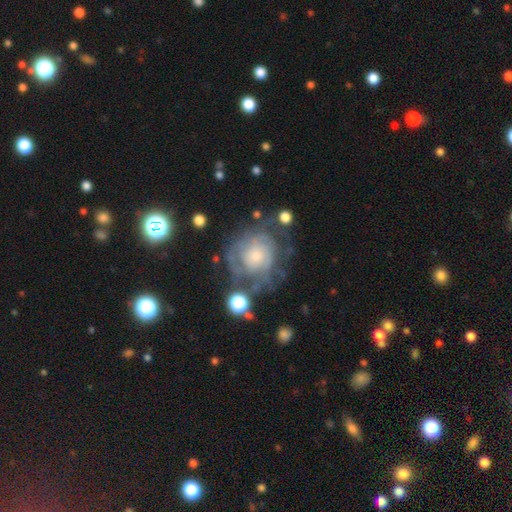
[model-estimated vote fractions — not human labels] A featured or disk galaxy (70%) with no bar (82%), tight (65%) spiral arms (75%) and a small central bulge (54%). Merging: none (62%).